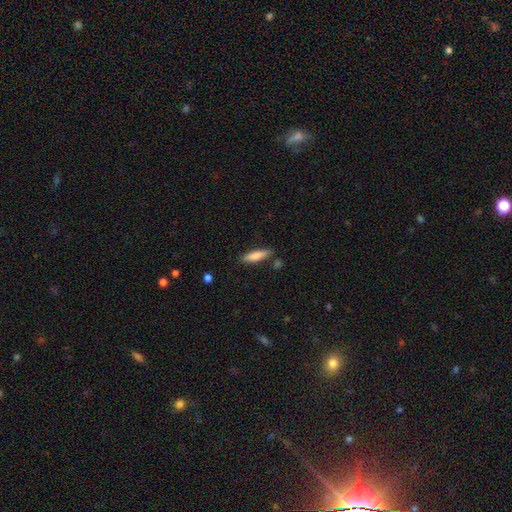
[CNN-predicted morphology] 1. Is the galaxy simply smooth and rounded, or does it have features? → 76% smooth, 18% featured or disk, 6% star or artifact.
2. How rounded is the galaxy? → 71% cigar-shaped, 27% in between, 2% round.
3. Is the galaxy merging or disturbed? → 81% none, 12% minor disturbance, 4% merger, 3% major disturbance.